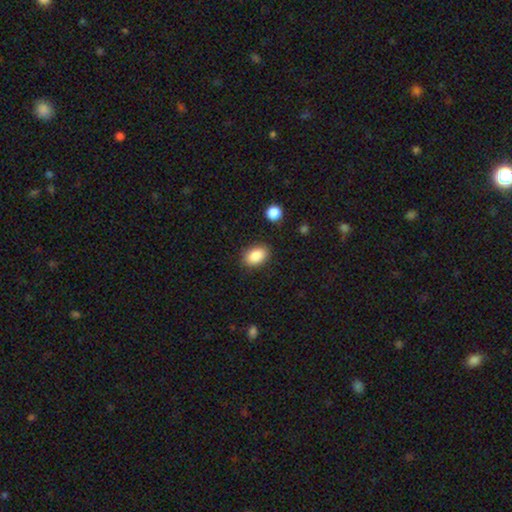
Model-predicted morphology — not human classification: A smooth galaxy with no disk features (87%) that is in between round and cigar-shaped (85%). Merging: none (86%).